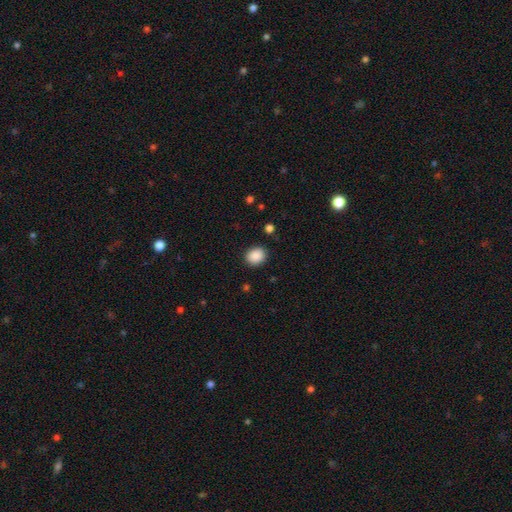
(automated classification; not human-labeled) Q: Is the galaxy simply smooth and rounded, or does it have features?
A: smooth — 89%.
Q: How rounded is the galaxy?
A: round — 62%.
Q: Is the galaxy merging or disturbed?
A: none — 88%.